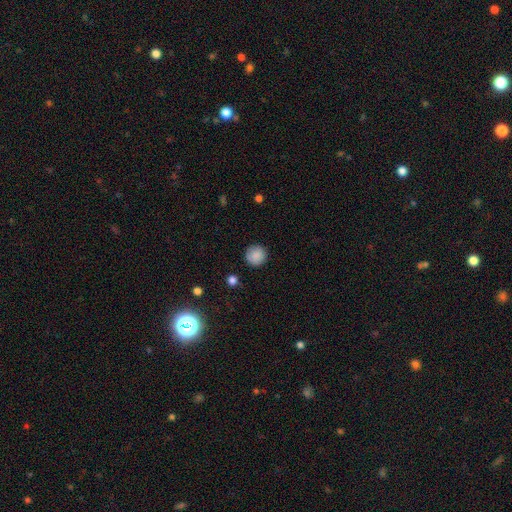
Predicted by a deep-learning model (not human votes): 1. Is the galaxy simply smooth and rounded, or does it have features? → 88% smooth, 8% star or artifact, 4% featured or disk.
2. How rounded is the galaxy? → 95% round, 4% in between, 1% cigar-shaped.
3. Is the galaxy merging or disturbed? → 89% none, 8% minor disturbance, 2% major disturbance, 1% merger.